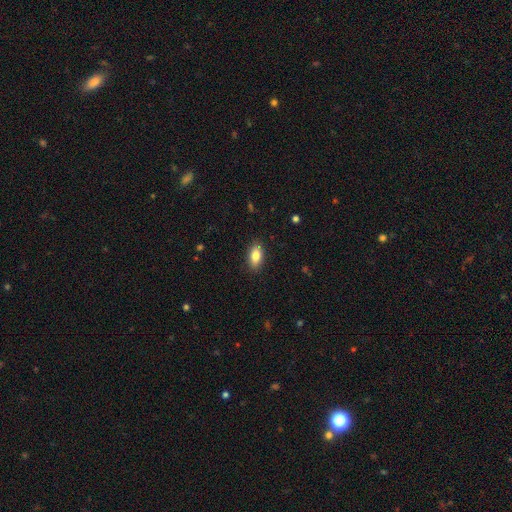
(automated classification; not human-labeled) Smooth or featured? Predicted: smooth (p=0.82). How rounded? Predicted: in between (p=0.88). Merging? Predicted: none (p=0.88).